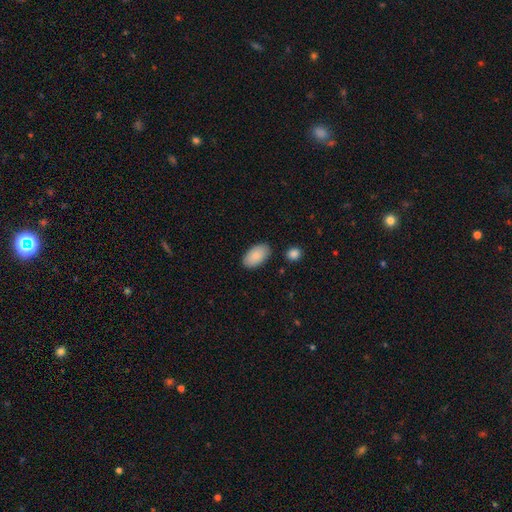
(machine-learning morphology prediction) Smooth or featured? Predicted: smooth (p=0.86). How rounded? Predicted: in between (p=0.95). Merging? Predicted: none (p=0.85).